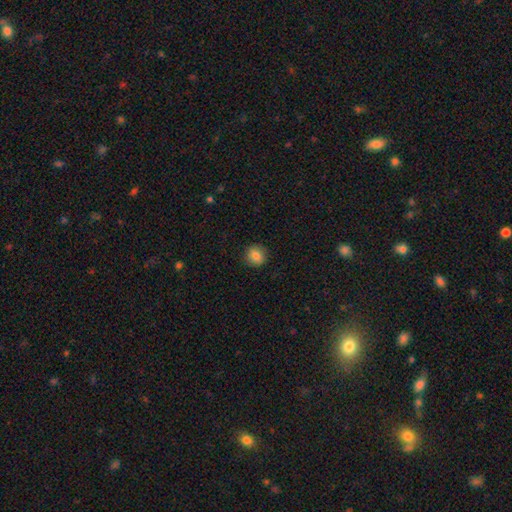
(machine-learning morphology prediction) type=smooth (82%); roundness=round (81%); merging=none (89%).